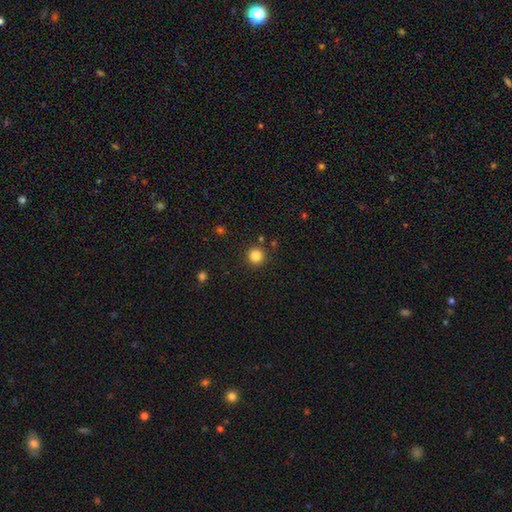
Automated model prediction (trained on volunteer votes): Smooth or featured?
  - smooth: 84% *
  - star or artifact: 12%
  - featured or disk: 4%
How rounded?
  - round: 95% *
  - in between: 4%
  - cigar-shaped: 1%
Merging?
  - none: 89% *
  - minor disturbance: 6%
  - merger: 3%
  - major disturbance: 2%